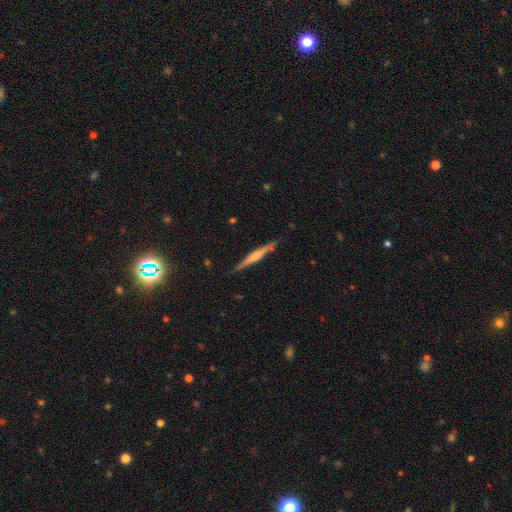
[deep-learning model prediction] A featured or disk galaxy (63%) viewed edge-on (97%) with a rounded central bulge (59%). Merging: none (84%).